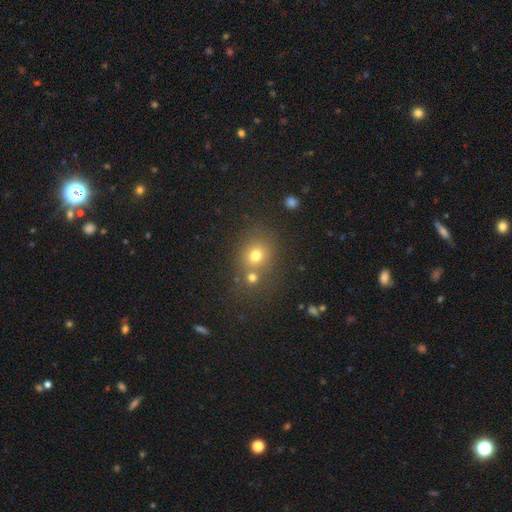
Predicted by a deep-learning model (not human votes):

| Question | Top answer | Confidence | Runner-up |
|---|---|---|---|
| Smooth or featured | smooth | 71% | star or artifact (19%) |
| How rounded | round | 74% | in between (25%) |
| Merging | none | 60% | merger (26%) |